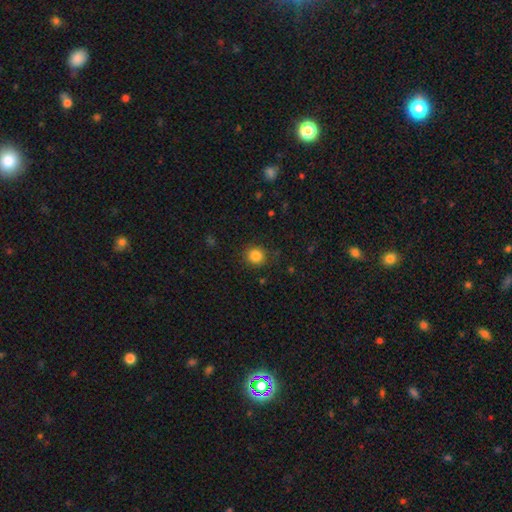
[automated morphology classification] Overall: smooth (84%). How rounded: round (89%). Merging: none (88%).